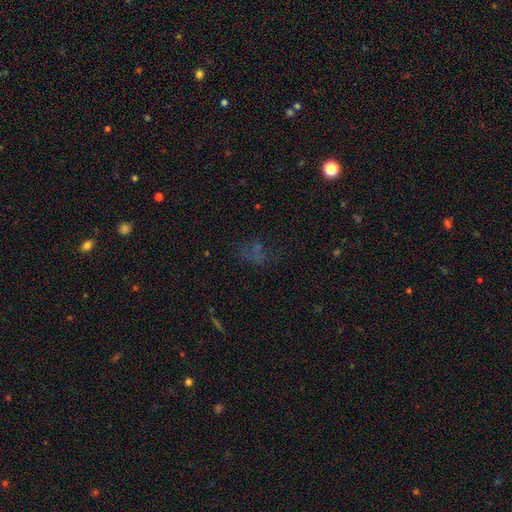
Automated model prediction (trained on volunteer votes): Smooth or featured? Predicted: star or artifact (p=0.45).